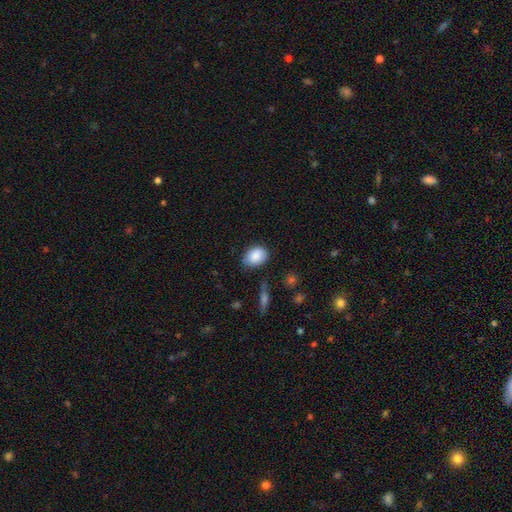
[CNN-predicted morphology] smooth 87%, star or artifact 7%, featured or disk 6%. Down the decision tree: how rounded — in between (66%); merging — none (77%).